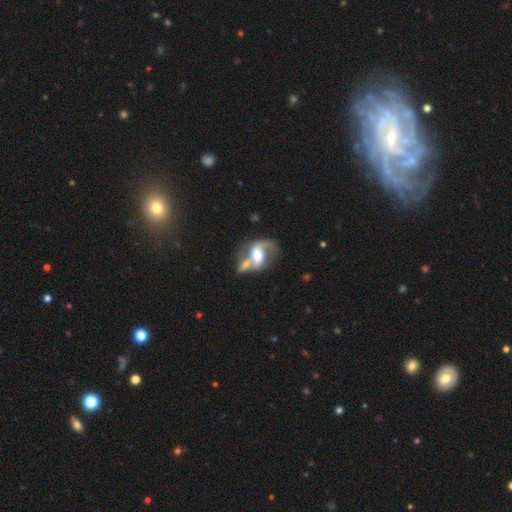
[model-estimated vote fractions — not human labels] A featured or disk galaxy (72%) with no bar (45%), 2 (74%) loose (56%) spiral arms (79%) and a moderate central bulge (63%). Merging: merger (47%).